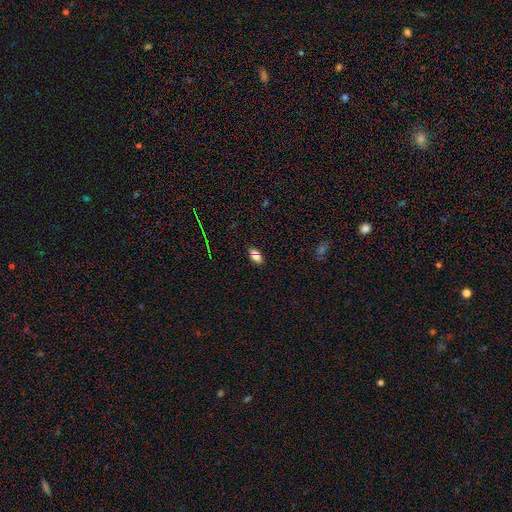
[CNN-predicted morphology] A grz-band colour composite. It shows a smooth galaxy with no disk features (67%) that is in between round and cigar-shaped (85%). Merging: none (76%).